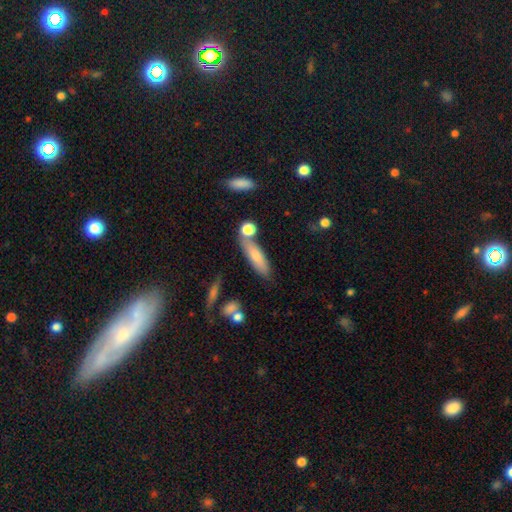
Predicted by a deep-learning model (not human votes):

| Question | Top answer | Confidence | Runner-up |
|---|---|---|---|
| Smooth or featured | smooth | 72% | featured or disk (21%) |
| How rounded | cigar-shaped | 58% | in between (39%) |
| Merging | none | 65% | minor disturbance (15%) |